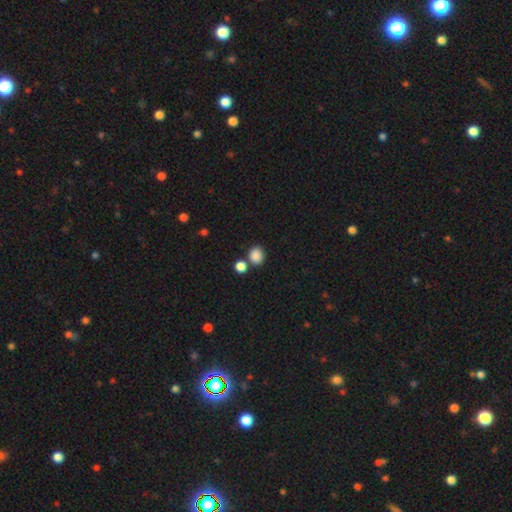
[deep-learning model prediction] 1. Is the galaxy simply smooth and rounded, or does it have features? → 86% smooth, 10% star or artifact, 4% featured or disk.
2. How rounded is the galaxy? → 69% round, 30% in between, 1% cigar-shaped.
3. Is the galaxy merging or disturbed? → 67% none, 20% merger, 9% minor disturbance, 3% major disturbance.